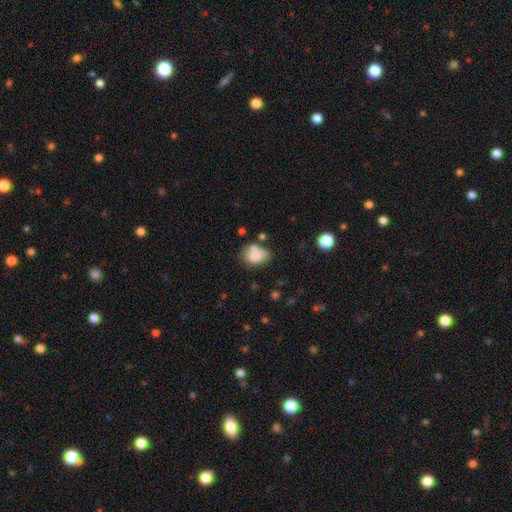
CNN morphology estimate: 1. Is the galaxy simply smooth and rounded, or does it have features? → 76% smooth, 15% featured or disk, 10% star or artifact.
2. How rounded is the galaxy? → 67% in between, 32% round, 1% cigar-shaped.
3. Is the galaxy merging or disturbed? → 47% none, 23% merger, 22% minor disturbance, 8% major disturbance.